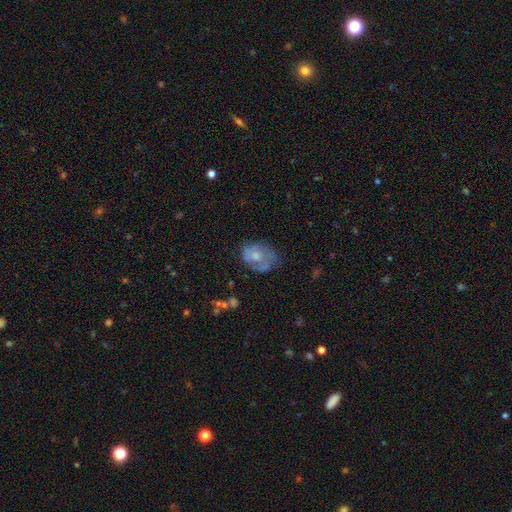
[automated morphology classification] Smooth or featured: featured or disk — 50% (smooth — 42%)
Merging: none — 49% (minor disturbance — 28%)